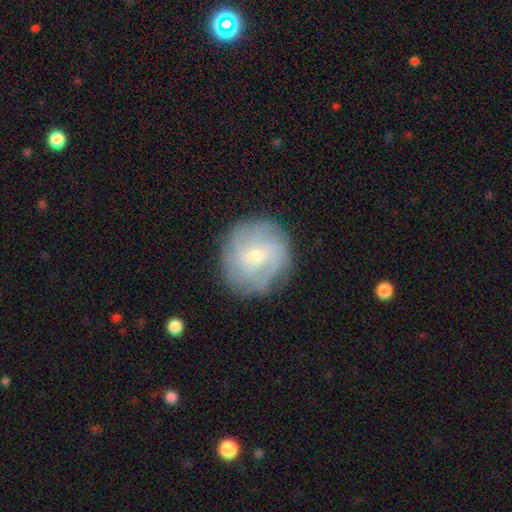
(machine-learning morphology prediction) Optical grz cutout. It shows a featured or disk galaxy (68%) with no bar (51%), tight (50%) spiral arms (88%) and a small central bulge (60%). Merging: none (81%).